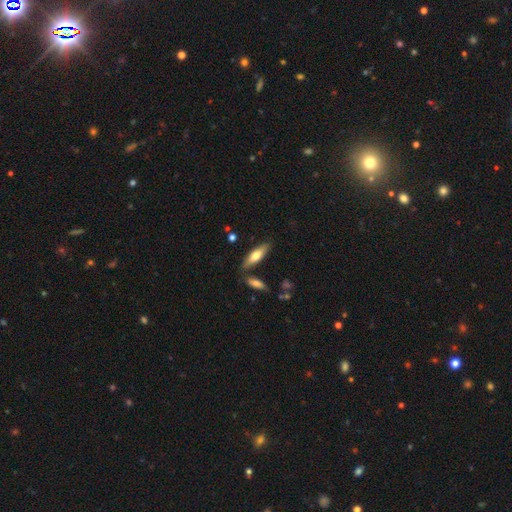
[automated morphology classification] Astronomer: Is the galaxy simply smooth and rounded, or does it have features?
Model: smooth — 64%.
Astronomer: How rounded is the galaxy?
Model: cigar-shaped — 55% (runner-up: in between, 43%).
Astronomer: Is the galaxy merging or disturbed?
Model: none — 79%.